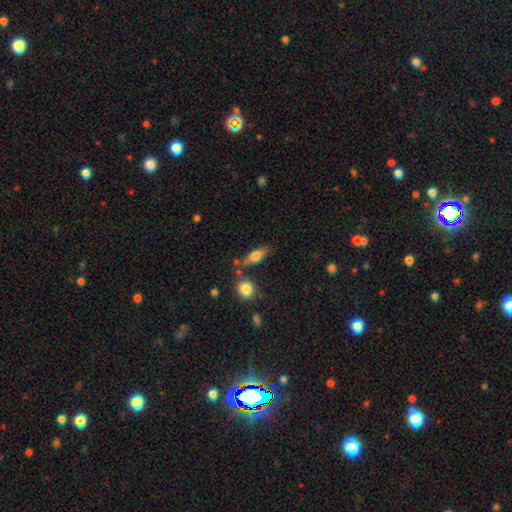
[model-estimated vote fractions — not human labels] smooth-or-featured: smooth: 62% | featured or disk: 30% | star or artifact: 8%
  how-rounded: in between: 62% | cigar-shaped: 32% | round: 7%
  merging: none: 70% | minor disturbance: 16% | merger: 10% | major disturbance: 5%